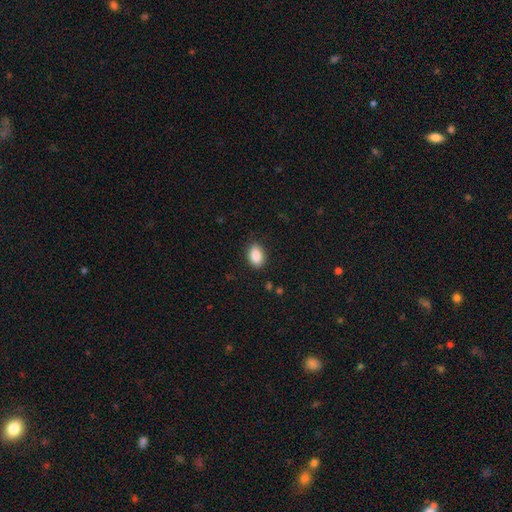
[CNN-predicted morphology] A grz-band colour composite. It shows a smooth galaxy with no disk features (88%) that is in between round and cigar-shaped (86%). Merging: none (86%).